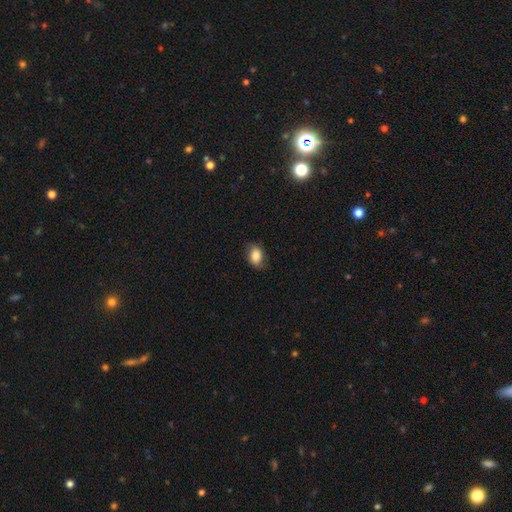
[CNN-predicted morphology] type=smooth (83%); roundness=in between (77%); merging=none (76%).